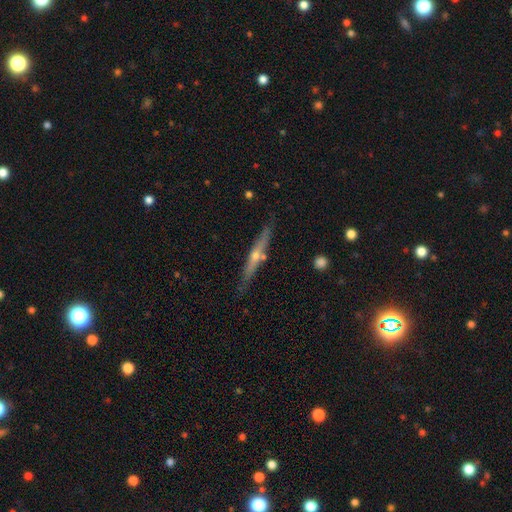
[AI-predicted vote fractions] Smooth or featured: featured or disk — 66% (smooth — 28%)
Edge-on disk: yes — 94% (no — 6%)
Edge-on bulge: rounded — 76% (none — 21%)
Merging: none — 80% (minor disturbance — 12%)